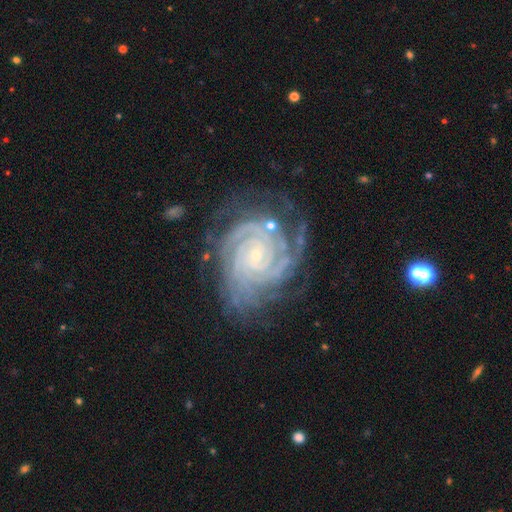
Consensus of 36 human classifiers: Smooth or featured?
  - featured or disk: 94% *
  - star or artifact: 6%
  - smooth: 0%
Edge-on disk?
  - no: 97% *
  - yes: 3%
Bar?
  - no: 52% *
  - weak: 33%
  - strong: 15%
Spiral arms?
  - yes: 100% *
  - no: 0%
Spiral winding?
  - tight: 97% *
  - medium: 3%
  - loose: 0%
Spiral arm count?
  - 4: 42% *
  - 3: 33%
  - more than 4: 12%
  - can't tell: 9%
  - 2: 3%
  - 1: 0%
Bulge size?
  - small: 91% *
  - moderate: 9%
  - dominant: 0%
  - large: 0%
  - none: 0%
Merging?
  - none: 68% *
  - minor disturbance: 24%
  - major disturbance: 9%
  - merger: 0%